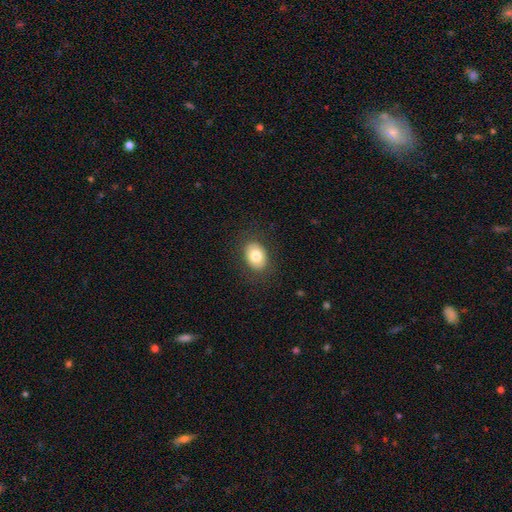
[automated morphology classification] A smooth galaxy with no disk features (79%) that is in between round and cigar-shaped (73%).

Vote fractions:
- Smooth or featured? smooth: 79% / featured or disk: 13% / star or artifact: 8%
- How rounded? in between: 73% / round: 26% / cigar-shaped: 1%
- Merging? none: 86% / minor disturbance: 10% / major disturbance: 3% / merger: 1%